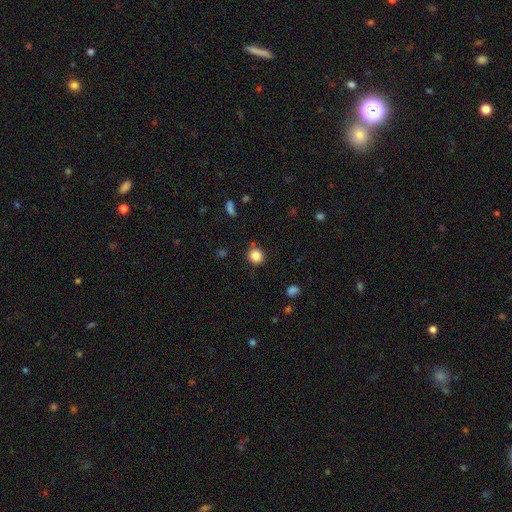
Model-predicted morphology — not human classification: type=smooth (86%); roundness=round (90%); merging=none (84%).